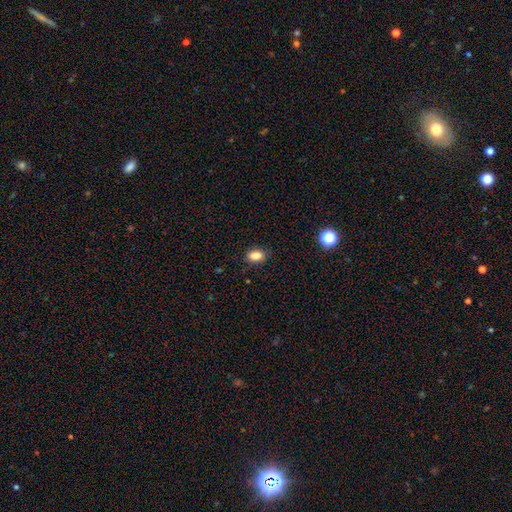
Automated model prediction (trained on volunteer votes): Q: Smooth or featured?
A: smooth (84%); runner-up: star or artifact (10%)
Q: How rounded?
A: in between (82%); runner-up: round (16%)
Q: Merging?
A: none (84%); runner-up: minor disturbance (12%)